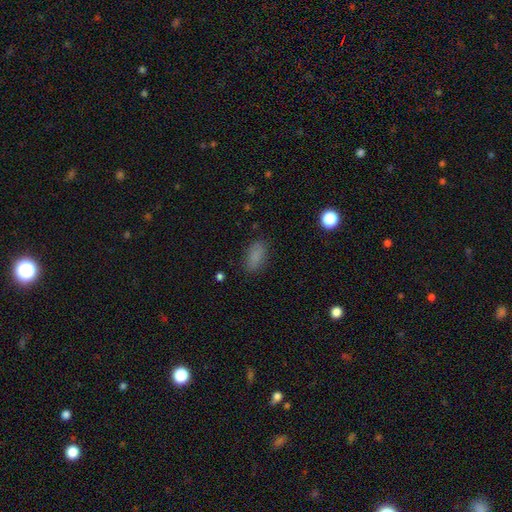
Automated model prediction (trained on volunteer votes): Morphology: type=smooth (84%); roundness=in between (86%); merging=none (83%).